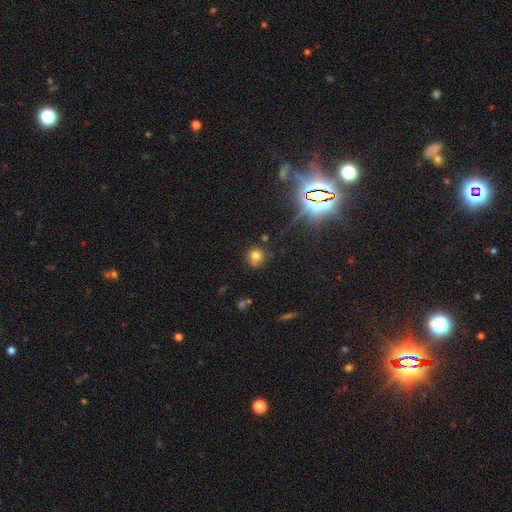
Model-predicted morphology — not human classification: smooth-or-featured: smooth: 71% | star or artifact: 19% | featured or disk: 10%
  how-rounded: round: 80% | in between: 19% | cigar-shaped: 1%
  merging: none: 68% | minor disturbance: 18% | merger: 9% | major disturbance: 5%